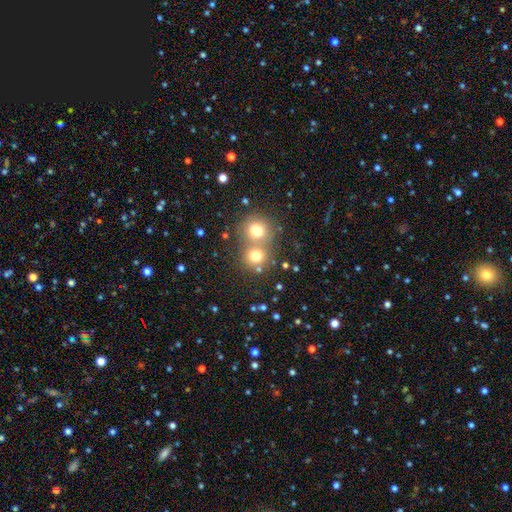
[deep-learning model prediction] smooth_or_featured: smooth (p=0.72) [alt: star or artifact p=0.14]
how_rounded: round (p=0.85) [alt: in between p=0.14]
merging: merger (p=0.51) [alt: none p=0.40]